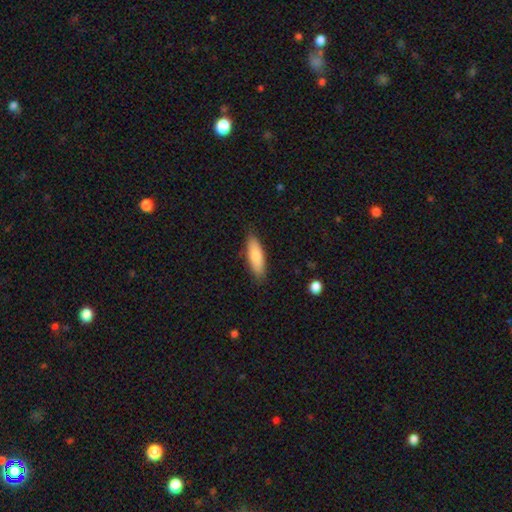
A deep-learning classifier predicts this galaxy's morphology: smooth 80%, featured or disk 14%, star or artifact 6%. Down the decision tree: how rounded — in between (54%); merging — none (85%).